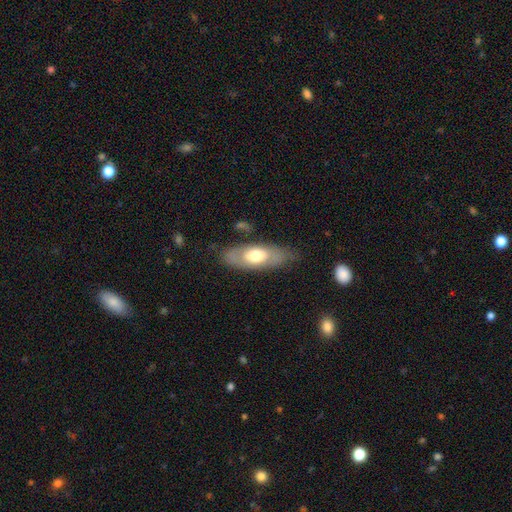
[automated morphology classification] smooth_or_featured: smooth (p=0.53) [alt: featured or disk p=0.41]
how_rounded: in between (p=0.79) [alt: cigar-shaped p=0.18]
merging: none (p=0.74) [alt: minor disturbance p=0.18]